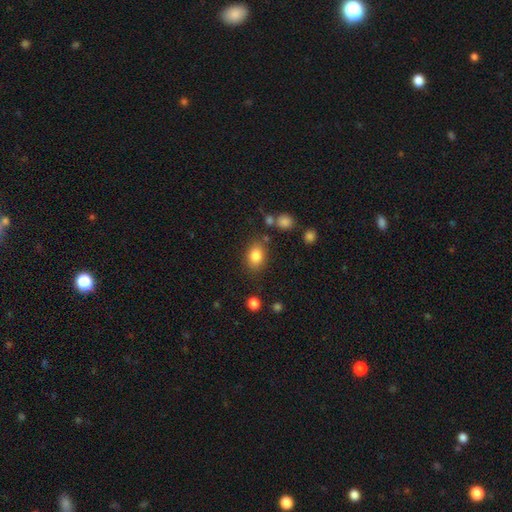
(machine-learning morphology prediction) smooth 83%, star or artifact 10%, featured or disk 7%. Down the decision tree: how rounded — in between (67%); merging — none (78%).